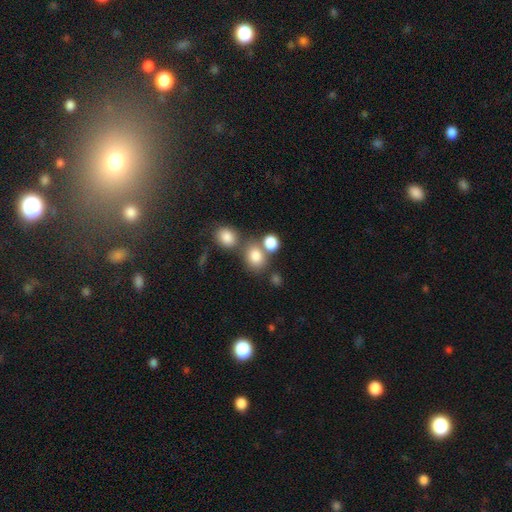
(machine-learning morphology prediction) A smooth galaxy with no disk features (80%) that is round (53%).

Vote fractions:
- Smooth or featured? smooth: 80% / star or artifact: 12% / featured or disk: 8%
- How rounded? round: 53% / in between: 46% / cigar-shaped: 1%
- Merging? none: 53% / merger: 32% / minor disturbance: 10% / major disturbance: 4%